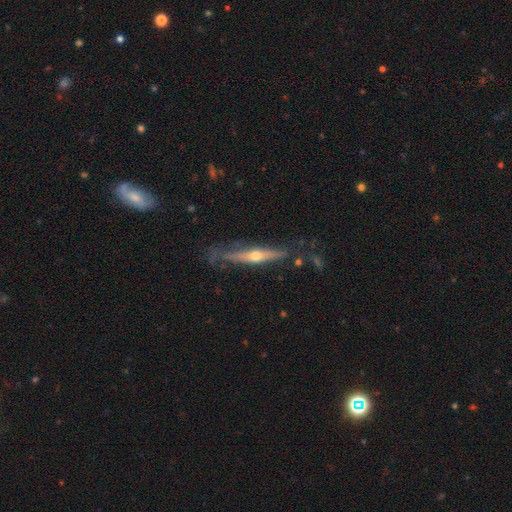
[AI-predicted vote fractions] smooth-or-featured: featured or disk: 74% | smooth: 20% | star or artifact: 6%
  disk-edge-on: yes: 94% | no: 6%
    edge-on-bulge: rounded: 90% | none: 7% | boxy: 2%
  merging: none: 68% | minor disturbance: 22% | major disturbance: 7% | merger: 3%